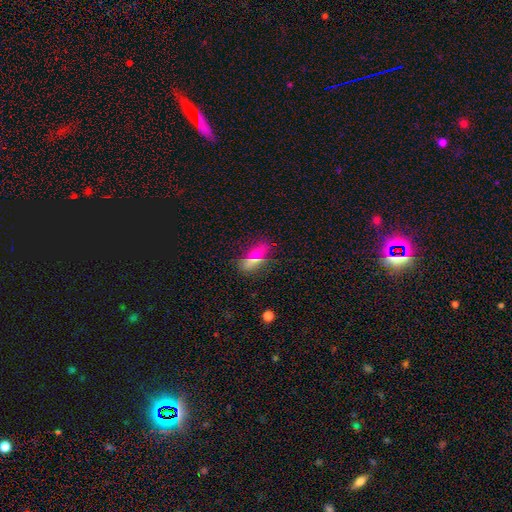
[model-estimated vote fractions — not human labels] This appears to be a smooth galaxy with no disk features (63%) that is in between round and cigar-shaped (63%). Merging: none (78%).